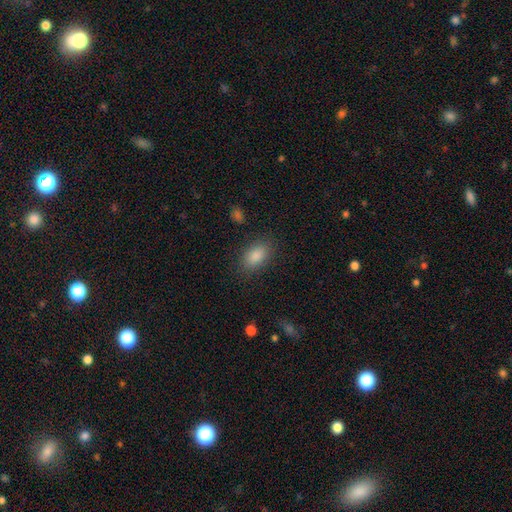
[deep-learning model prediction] Overall: smooth (85%). How rounded: in between (89%). Merging: none (86%).